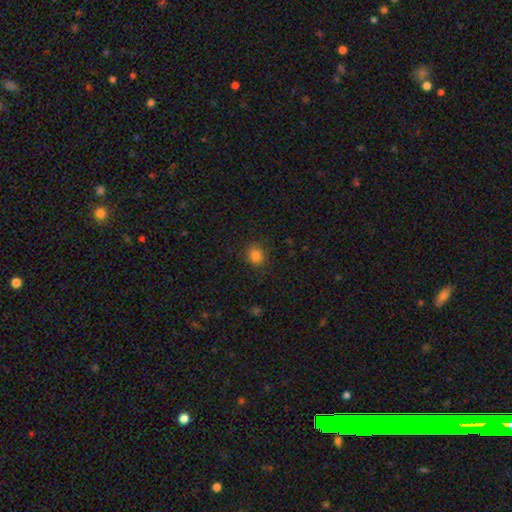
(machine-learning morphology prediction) A smooth galaxy with no disk features (83%) that is round (79%). Merging: none (85%).